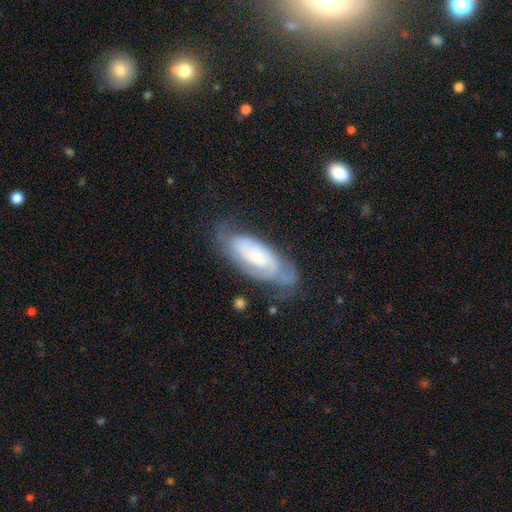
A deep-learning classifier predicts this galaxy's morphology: This is likely a featured or disk galaxy (73%). It is clearly not viewed edge-on (91%). Bar: likely no (61%). Spiral arm pattern: clearly yes (91%). Spiral arm count: possibly 2 (51%). Spiral winding: possibly tight (55%). Central bulge: possibly small (52%). Merging: possibly none (59%).